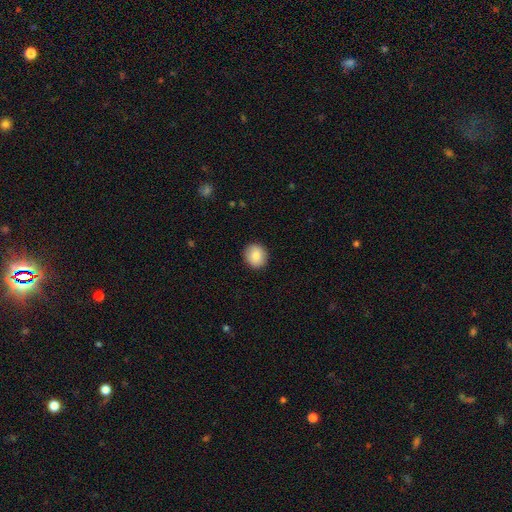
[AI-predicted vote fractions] A smooth galaxy with no disk features (86%) that is round (84%). Merging: none (91%).